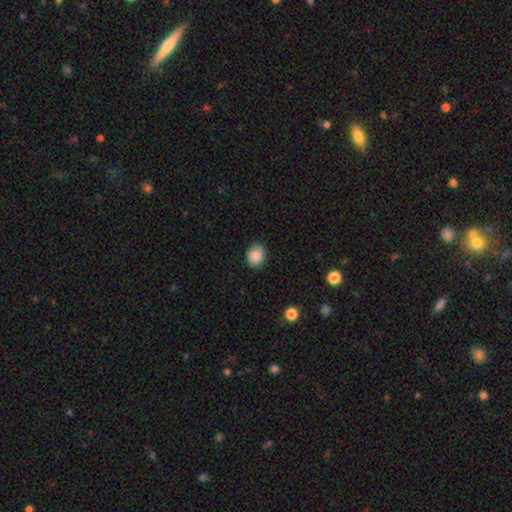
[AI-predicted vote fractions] smooth_or_featured: smooth (p=0.87) [alt: star or artifact p=0.08]
how_rounded: round (p=0.54) [alt: in between p=0.45]
merging: none (p=0.83) [alt: minor disturbance p=0.13]